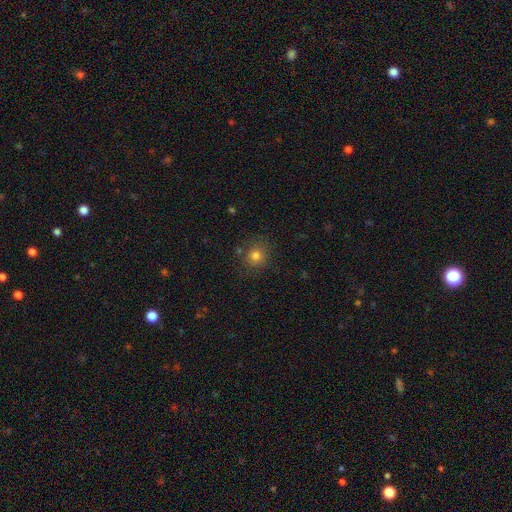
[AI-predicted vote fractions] Smooth or featured: smooth — 78% (star or artifact — 15%)
How rounded: round — 88% (in between — 11%)
Merging: none — 81% (minor disturbance — 12%)